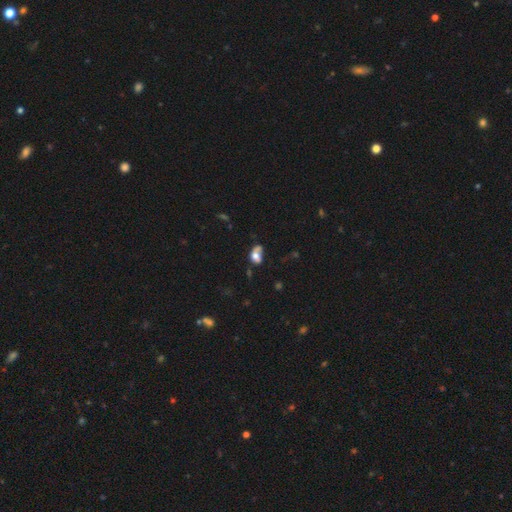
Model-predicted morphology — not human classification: Smooth or featured?
  - smooth: 62% *
  - featured or disk: 27%
  - star or artifact: 11%
How rounded?
  - in between: 76% *
  - round: 22%
  - cigar-shaped: 2%
Merging?
  - none: 29% *
  - major disturbance: 25%
  - minor disturbance: 25%
  - merger: 21%